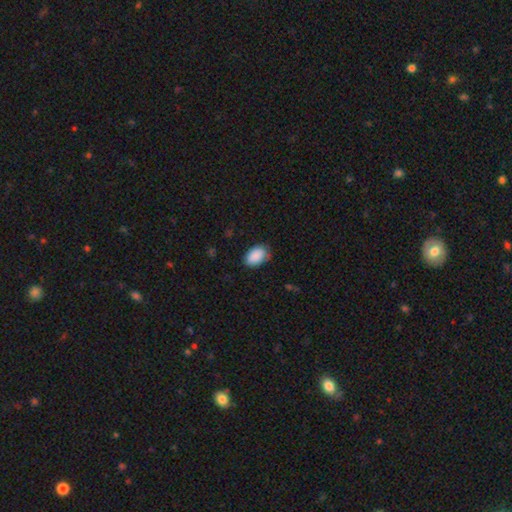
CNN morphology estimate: Smooth or featured: smooth — 89% (star or artifact — 7%)
How rounded: in between — 88% (round — 10%)
Merging: none — 76% (minor disturbance — 20%)